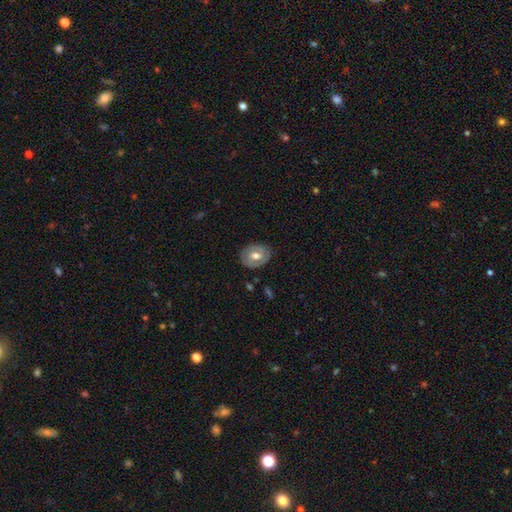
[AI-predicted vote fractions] Morphology: type=featured or disk (56%); edge-on=no (95%); bar=no (47%); spiral arms=yes (55%); bulge=moderate (72%); merging=none (81%).